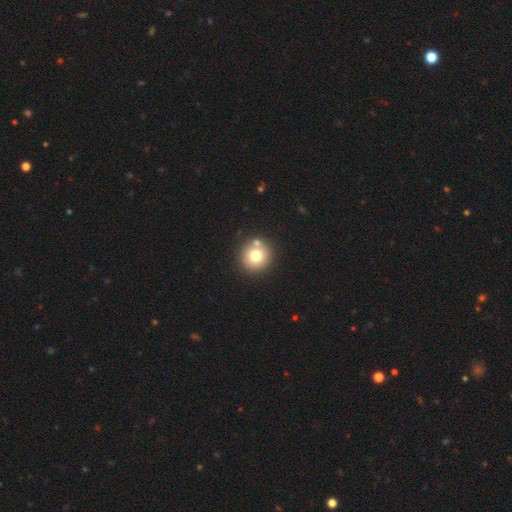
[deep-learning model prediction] This is likely a smooth galaxy (75%). How rounded: clearly round (92%). Merging: likely none (76%).